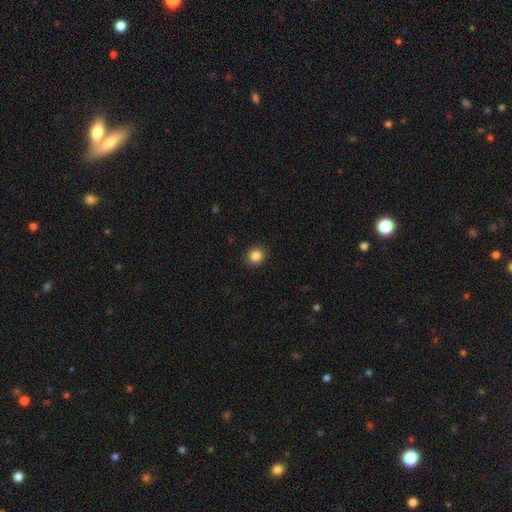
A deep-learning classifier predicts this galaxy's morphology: A smooth galaxy with no disk features (86%) that is round (79%). Merging: none (90%).